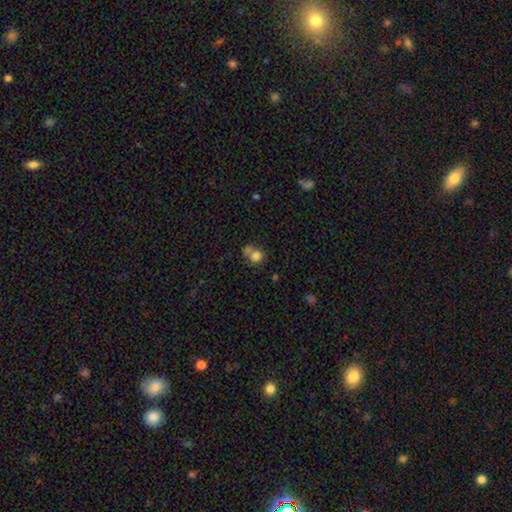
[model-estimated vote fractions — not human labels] This is likely a smooth galaxy (77%). How rounded: likely round (75%). Merging: marginally merger (43%).